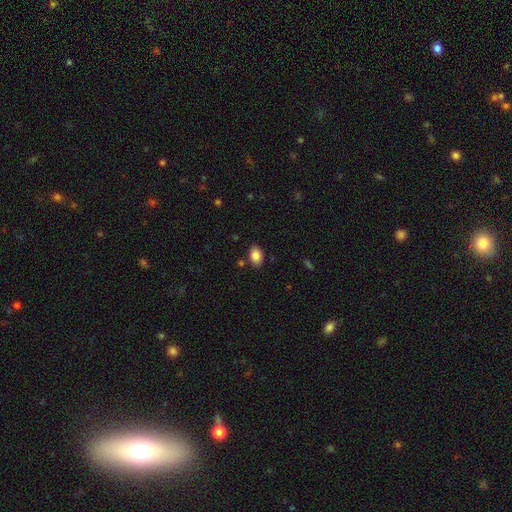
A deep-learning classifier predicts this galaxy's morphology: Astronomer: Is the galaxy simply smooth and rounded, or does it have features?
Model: smooth — 87%.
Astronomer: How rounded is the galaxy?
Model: in between — 88%.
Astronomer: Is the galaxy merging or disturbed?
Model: none — 85%.